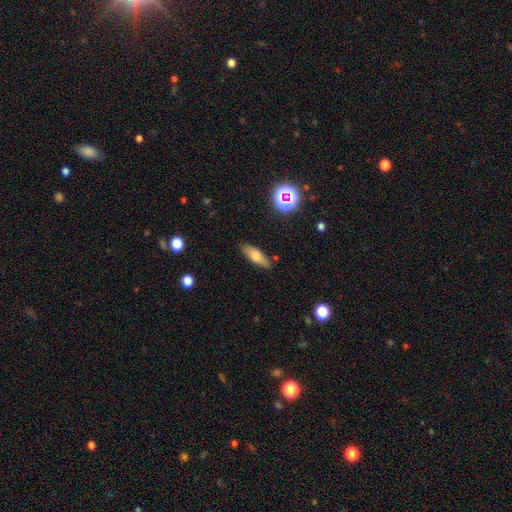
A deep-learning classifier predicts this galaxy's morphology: smooth_or_featured: smooth (p=0.67) [alt: featured or disk p=0.24]
how_rounded: in between (p=0.54) [alt: cigar-shaped p=0.43]
merging: none (p=0.85) [alt: minor disturbance p=0.11]